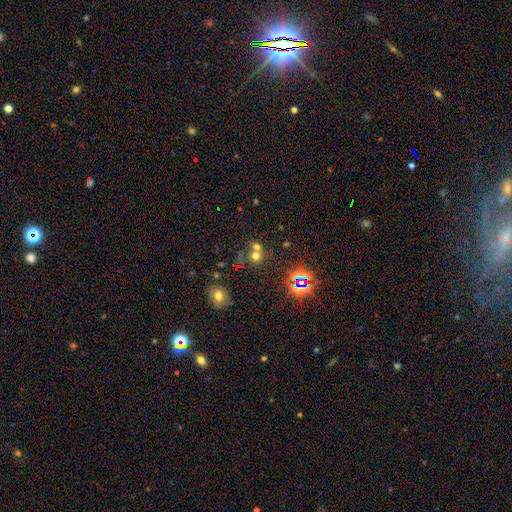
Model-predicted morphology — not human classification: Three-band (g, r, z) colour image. It shows a smooth galaxy with no disk features (56%) that is round (81%). Merging: none (46%).